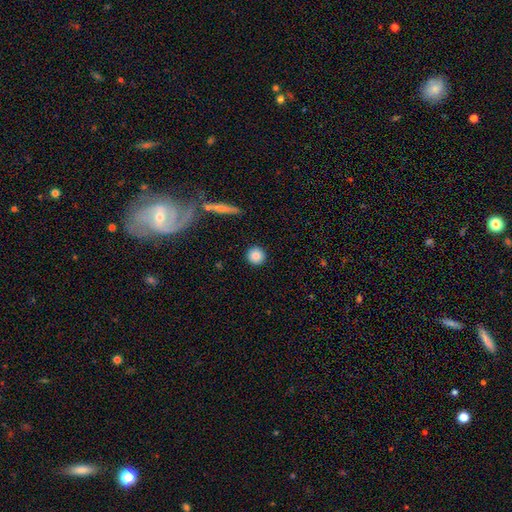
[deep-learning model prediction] smooth 86%, star or artifact 8%, featured or disk 6%. Down the decision tree: how rounded — round (95%); merging — none (92%).